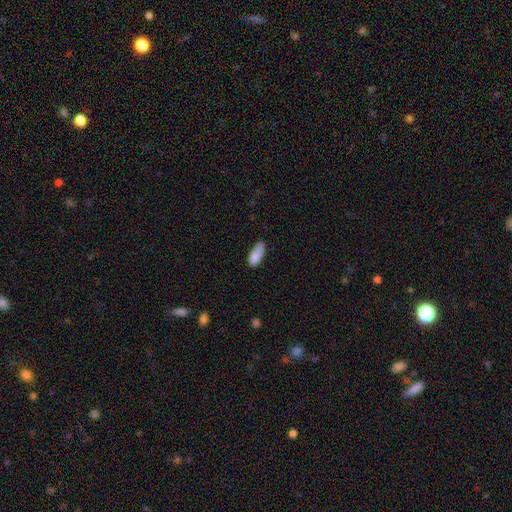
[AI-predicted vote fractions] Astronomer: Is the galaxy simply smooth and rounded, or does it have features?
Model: smooth — 85%.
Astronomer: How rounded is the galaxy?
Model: in between — 79%.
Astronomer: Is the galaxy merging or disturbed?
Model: none — 52% (runner-up: minor disturbance, 35%).